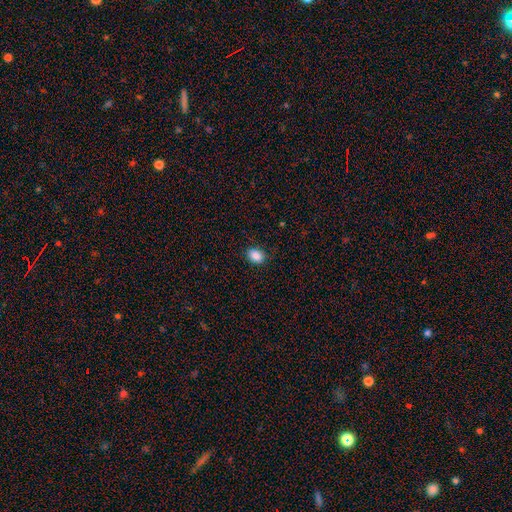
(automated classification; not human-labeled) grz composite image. It shows a smooth galaxy with no disk features (87%) that is in between round and cigar-shaped (60%). Merging: none (87%).